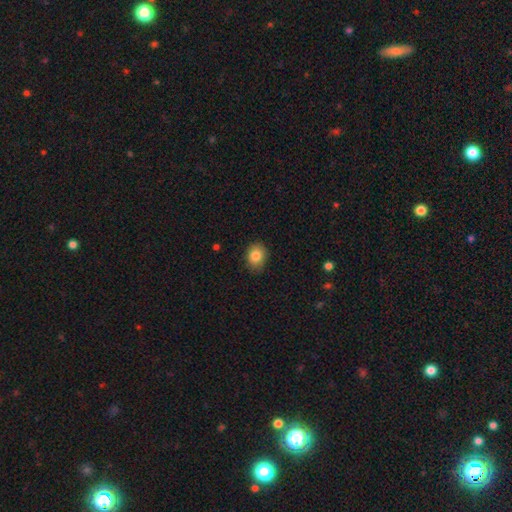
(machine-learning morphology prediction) This is clearly a smooth galaxy (84%). How rounded: possibly in between (53%). Merging: clearly none (81%).